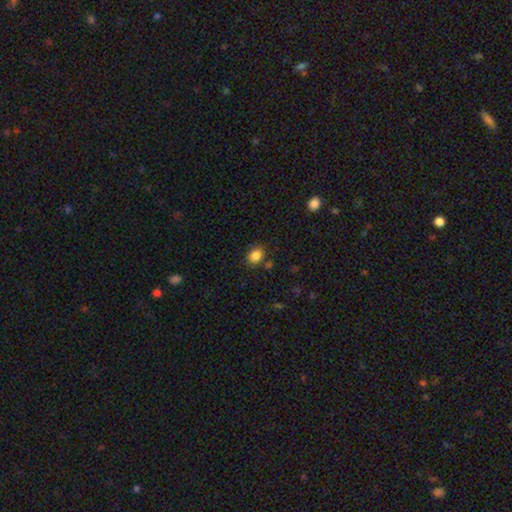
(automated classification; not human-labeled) smooth-or-featured: smooth: 85% | star or artifact: 10% | featured or disk: 4%
  how-rounded: round: 51% | in between: 48% | cigar-shaped: 1%
  merging: none: 79% | minor disturbance: 13% | merger: 5% | major disturbance: 4%